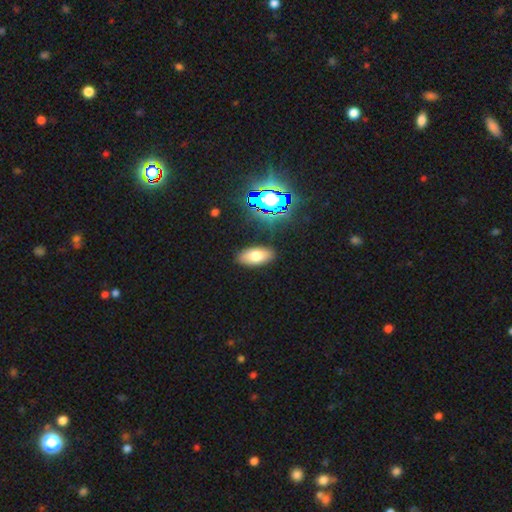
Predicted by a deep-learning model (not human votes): smooth_or_featured: smooth (p=0.72) [alt: featured or disk p=0.16]
how_rounded: in between (p=0.90) [alt: cigar-shaped p=0.07]
merging: none (p=0.87) [alt: minor disturbance p=0.09]